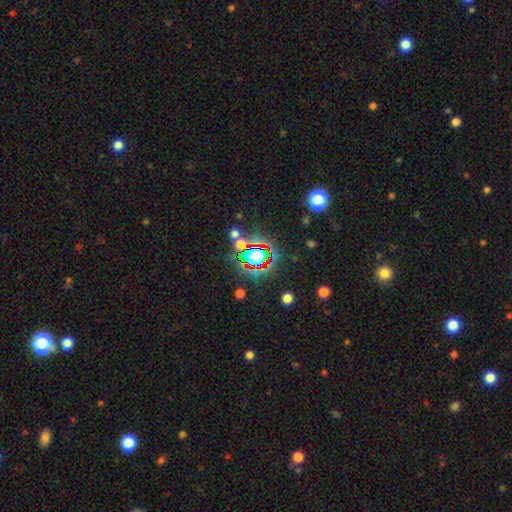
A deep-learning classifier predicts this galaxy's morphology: The model was most divided on "smooth or featured": star or artifact: 57%, smooth: 30%, featured or disk: 13%.